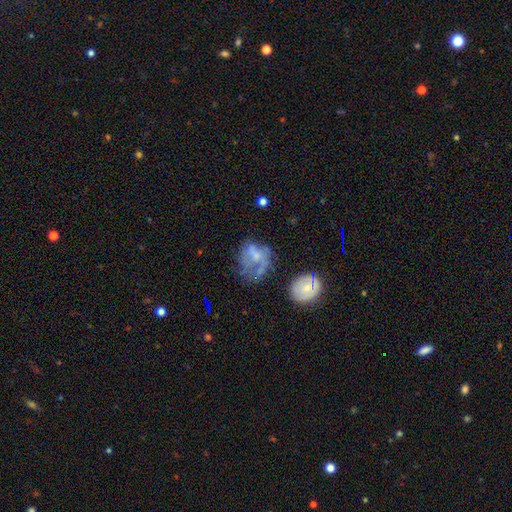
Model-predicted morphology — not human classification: The model was most divided on "smooth or featured": featured or disk: 46%, smooth: 41%, star or artifact: 13%. Remaining: merging — major disturbance (41%).